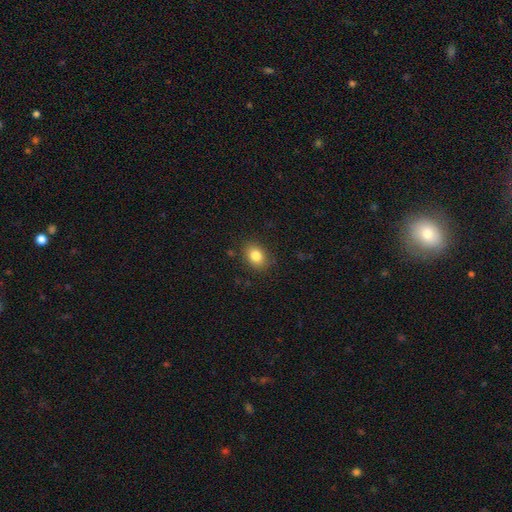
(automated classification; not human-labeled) The model was most divided on "how rounded": in between: 62%, round: 37%, cigar-shaped: 1%. More confident: merging — none (85%); smooth or featured — smooth (83%).